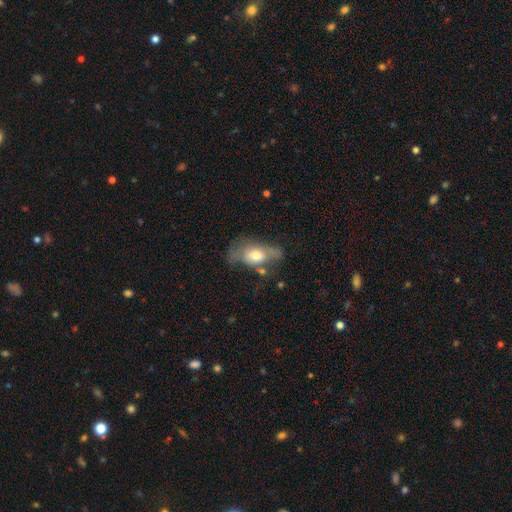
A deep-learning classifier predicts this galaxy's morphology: This is possibly a smooth galaxy (59%). How rounded: clearly in between (85%). Merging: marginally none (38%).